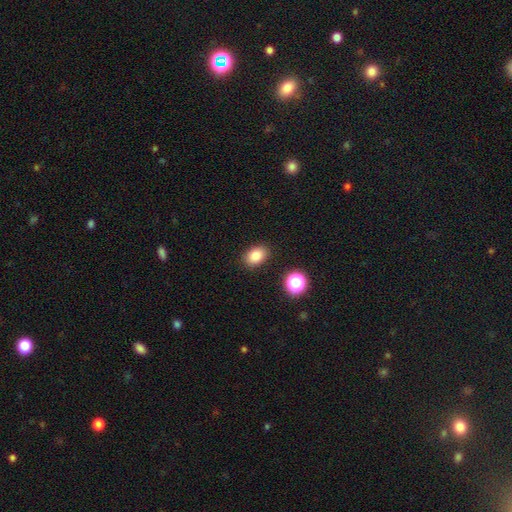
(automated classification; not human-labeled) Smooth or featured: smooth — 83% (star or artifact — 11%)
How rounded: in between — 74% (round — 25%)
Merging: none — 87% (minor disturbance — 9%)